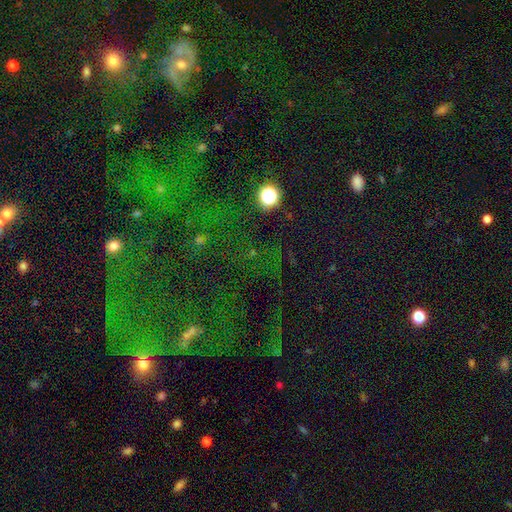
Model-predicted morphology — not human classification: This is likely a star or artifact rather than a galaxy (69%).